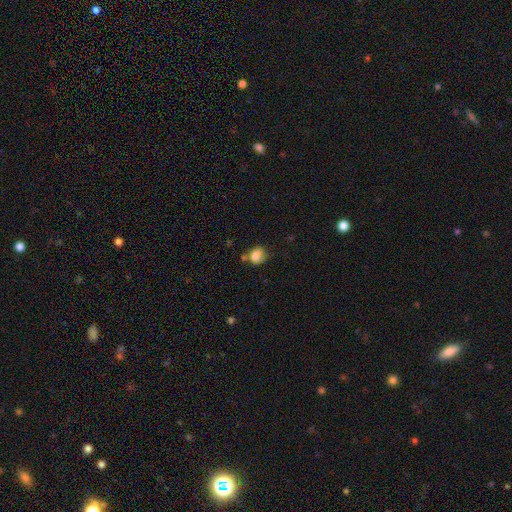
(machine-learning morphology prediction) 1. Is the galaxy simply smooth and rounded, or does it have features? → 80% smooth, 11% star or artifact, 9% featured or disk.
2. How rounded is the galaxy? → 52% round, 47% in between, 1% cigar-shaped.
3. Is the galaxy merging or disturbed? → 48% none, 26% minor disturbance, 15% merger, 11% major disturbance.